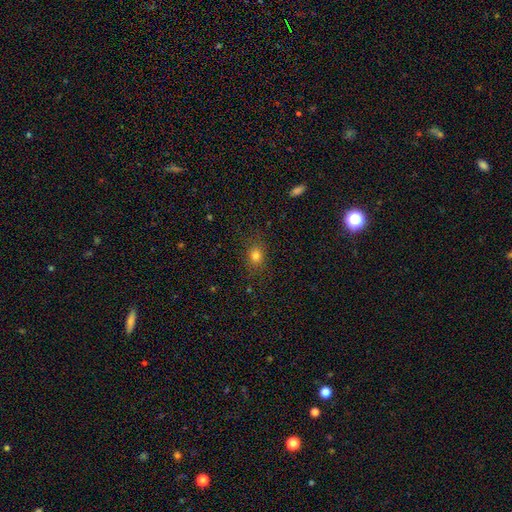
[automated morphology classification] Smooth or featured?
  - smooth: 78% *
  - star or artifact: 15%
  - featured or disk: 7%
How rounded?
  - round: 62% *
  - in between: 36%
  - cigar-shaped: 2%
Merging?
  - none: 84% *
  - minor disturbance: 11%
  - major disturbance: 4%
  - merger: 1%